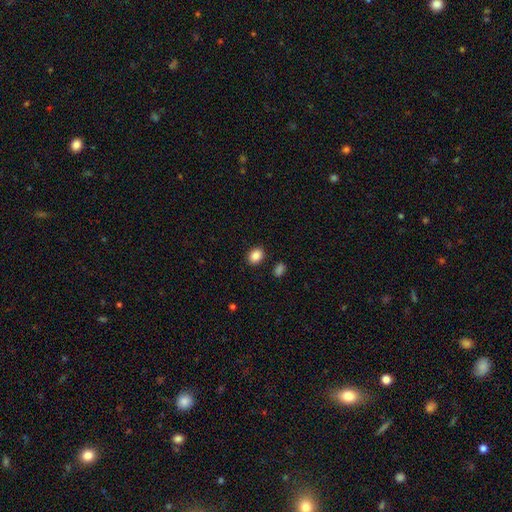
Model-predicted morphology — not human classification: smooth_or_featured: smooth (p=0.88) [alt: star or artifact p=0.09]
how_rounded: in between (p=0.63) [alt: round p=0.36]
merging: none (p=0.87) [alt: minor disturbance p=0.08]